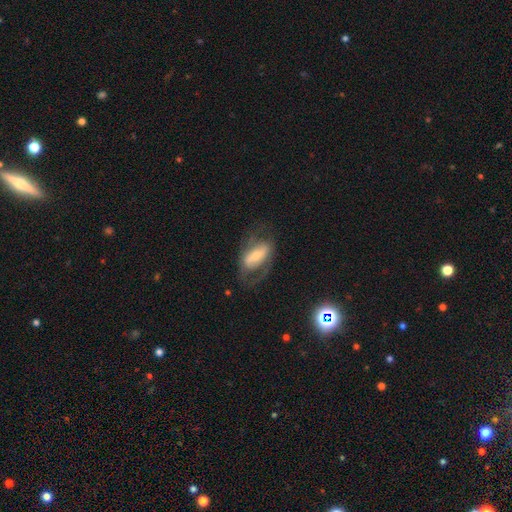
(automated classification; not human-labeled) featured or disk 64%, smooth 30%, star or artifact 7%. Down the decision tree: edge-on disk — no (91%); bar — strong (47%); spiral arms — yes (69%); bulge size — small (45%); merging — none (58%).